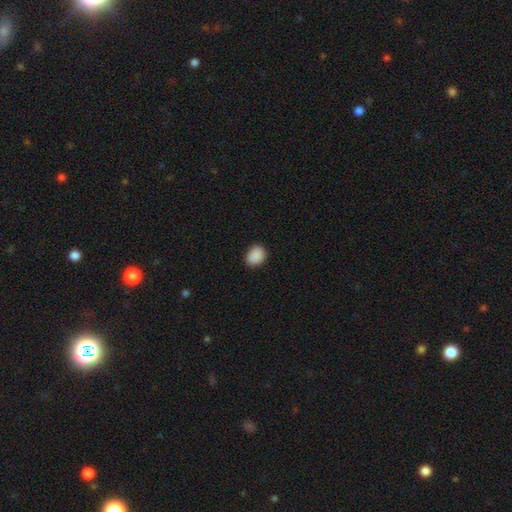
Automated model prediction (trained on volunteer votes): This appears to be a smooth galaxy with no disk features (89%) that is in between round and cigar-shaped (54%). Merging: none (84%).